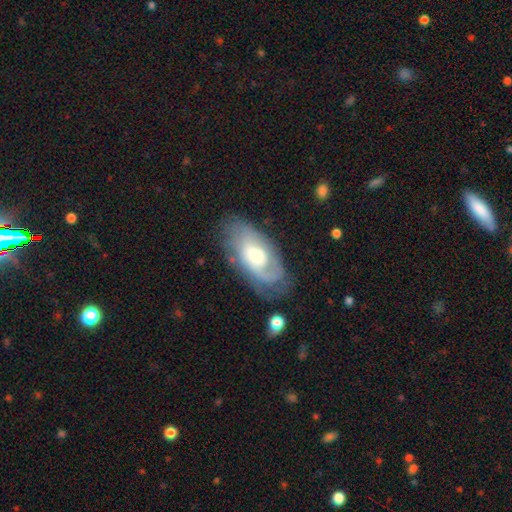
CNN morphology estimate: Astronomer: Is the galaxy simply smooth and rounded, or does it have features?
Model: featured or disk — 70%.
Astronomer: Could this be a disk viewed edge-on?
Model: no — 93%.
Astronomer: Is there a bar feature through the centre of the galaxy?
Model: no — 58% (runner-up: weak, 35%).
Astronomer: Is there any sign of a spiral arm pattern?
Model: yes — 85%.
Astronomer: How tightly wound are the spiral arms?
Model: tight — 46% (runner-up: medium, 37%).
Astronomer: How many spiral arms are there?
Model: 2 — 36%, tied with can't tell at 36%.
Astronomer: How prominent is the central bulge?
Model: moderate — 56%.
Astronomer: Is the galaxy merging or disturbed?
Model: none — 65%.